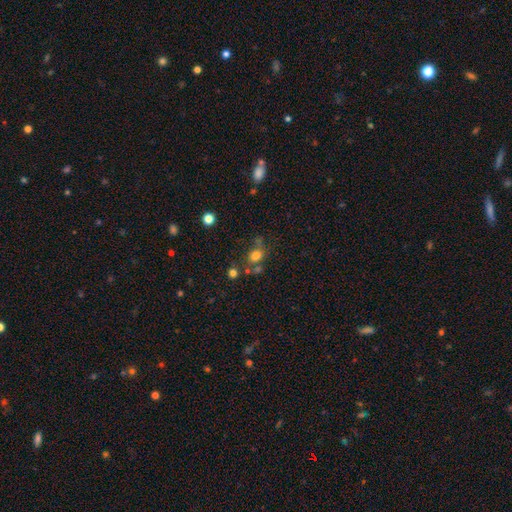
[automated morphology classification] Q: Smooth or featured?
A: smooth (73%); runner-up: star or artifact (16%)
Q: How rounded?
A: round (58%); runner-up: in between (41%)
Q: Merging?
A: none (55%); runner-up: merger (20%)